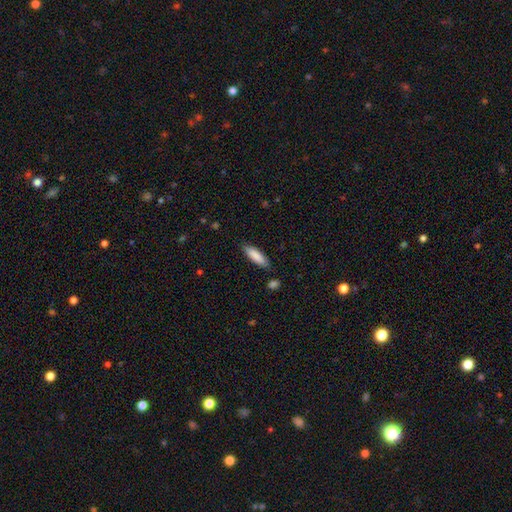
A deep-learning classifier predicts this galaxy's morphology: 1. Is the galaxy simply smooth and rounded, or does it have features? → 86% smooth, 8% featured or disk, 6% star or artifact.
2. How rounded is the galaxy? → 55% cigar-shaped, 43% in between, 1% round.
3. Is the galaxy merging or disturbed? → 84% none, 12% minor disturbance, 2% major disturbance, 2% merger.